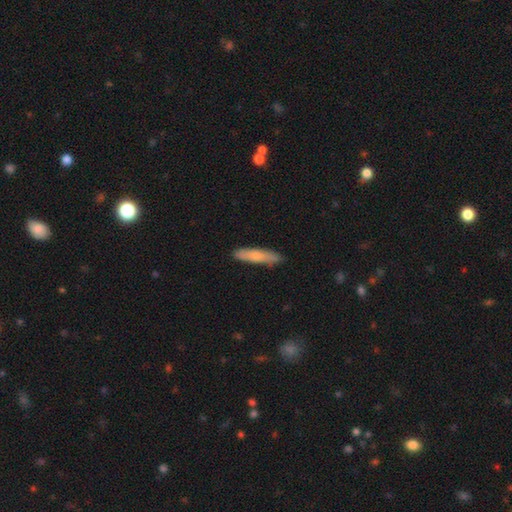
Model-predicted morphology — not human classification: type=smooth (71%); roundness=cigar-shaped (83%); merging=none (84%).